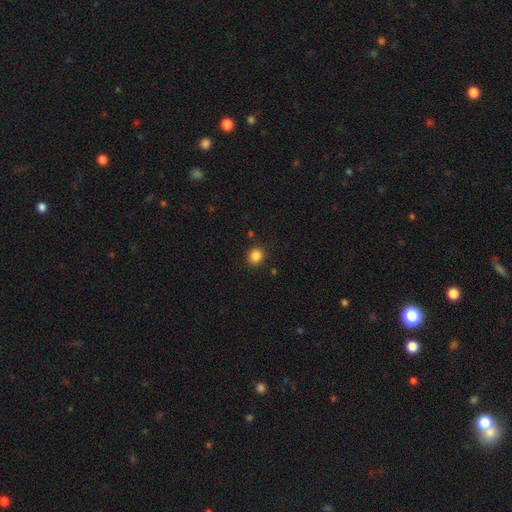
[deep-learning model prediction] smooth 85%, star or artifact 11%, featured or disk 4%. Down the decision tree: how rounded — round (86%); merging — none (89%).